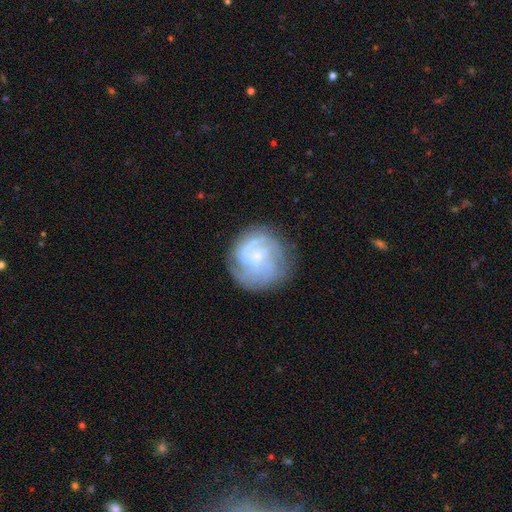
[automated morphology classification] A featured or disk galaxy (70%) with no bar (67%), tight (55%) spiral arms (88%) and a small central bulge (73%).

Vote fractions:
- Smooth or featured? featured or disk: 70% / smooth: 22% / star or artifact: 8%
- Edge-on disk? no: 98% / yes: 2%
- Bar? no: 67% / weak: 29% / strong: 5%
- Spiral arms? yes: 88% / no: 12%
- Spiral winding? tight: 55% / medium: 32% / loose: 12%
- Spiral arm count? can't tell: 40% / 2: 20% / 3: 20% / 4: 9% / 1: 6% / more than 4: 5%
- Bulge size? small: 73% / moderate: 17% / none: 7% / large: 1% / dominant: 1%
- Merging? none: 74% / minor disturbance: 16% / major disturbance: 8% / merger: 2%